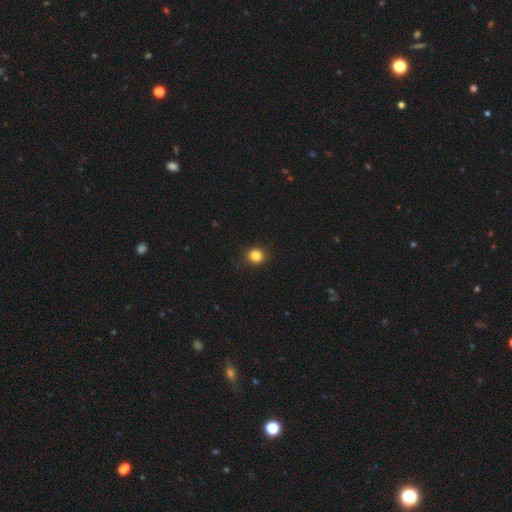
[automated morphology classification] smooth-or-featured: smooth: 85% | star or artifact: 12% | featured or disk: 4%
  how-rounded: round: 89% | in between: 10% | cigar-shaped: 1%
  merging: none: 90% | minor disturbance: 7% | major disturbance: 2% | merger: 1%